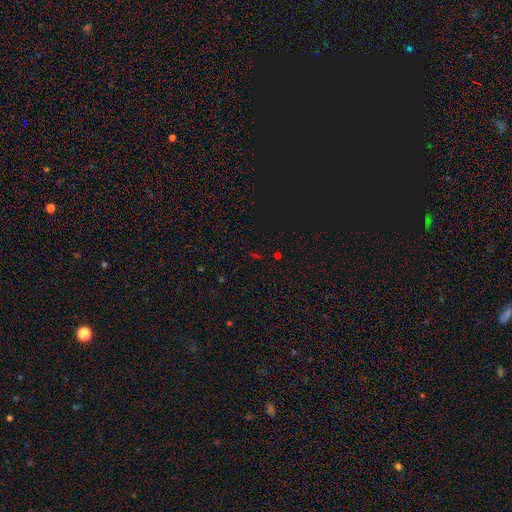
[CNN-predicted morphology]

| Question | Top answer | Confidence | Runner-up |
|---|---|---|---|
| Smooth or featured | star or artifact | 69% | smooth (22%) |